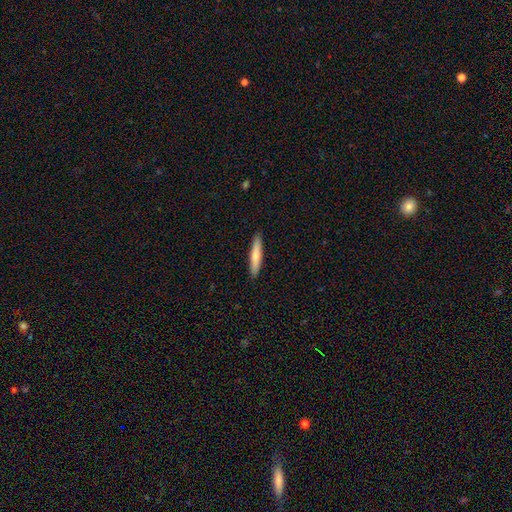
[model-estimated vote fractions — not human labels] Overall: smooth (71%). How rounded: cigar-shaped (90%). Merging: none (91%).